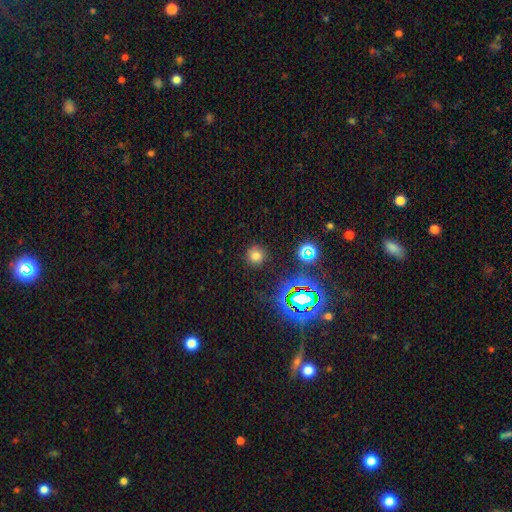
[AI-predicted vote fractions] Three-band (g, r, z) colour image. It shows a smooth galaxy with no disk features (71%) that is round (92%). Merging: none (87%).